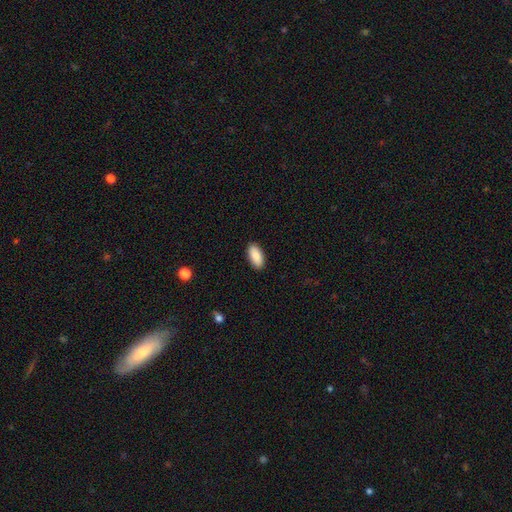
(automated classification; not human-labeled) smooth 90%, star or artifact 6%, featured or disk 4%. Down the decision tree: how rounded — in between (91%); merging — none (90%).